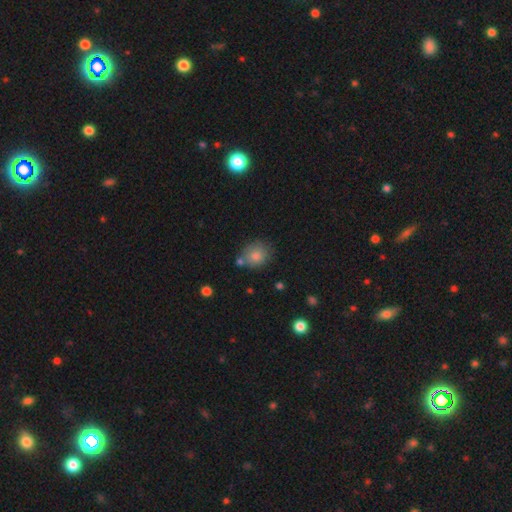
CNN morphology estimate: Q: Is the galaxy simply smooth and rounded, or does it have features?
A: smooth — 81%.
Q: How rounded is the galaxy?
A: round — 72%.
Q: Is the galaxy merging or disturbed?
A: none — 70%.